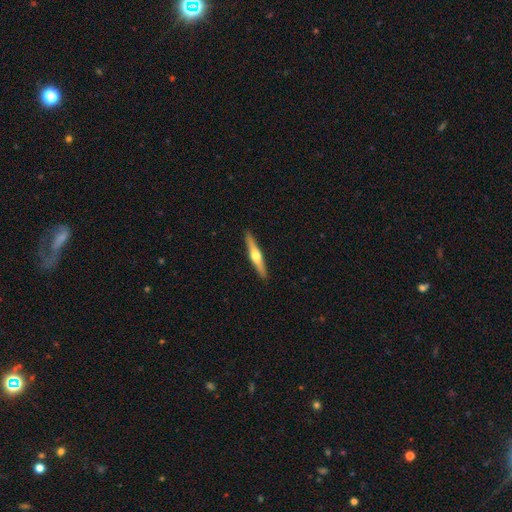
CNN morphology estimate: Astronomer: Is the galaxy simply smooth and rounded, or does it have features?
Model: featured or disk — 63%.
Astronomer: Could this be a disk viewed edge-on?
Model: yes — 97%.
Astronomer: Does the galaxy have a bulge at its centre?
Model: rounded — 94%.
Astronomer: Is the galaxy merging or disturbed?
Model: none — 92%.